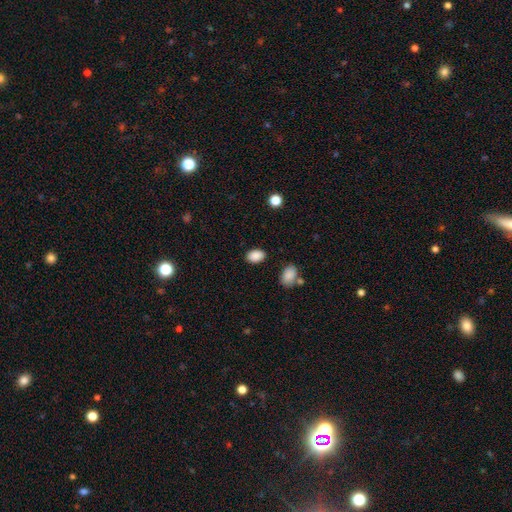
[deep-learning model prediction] smooth 89%, star or artifact 8%, featured or disk 3%. Down the decision tree: how rounded — in between (86%); merging — none (86%).